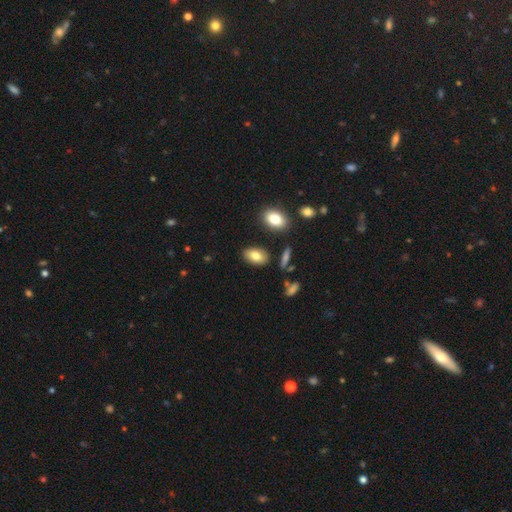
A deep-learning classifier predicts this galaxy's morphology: A smooth galaxy with no disk features (79%) that is in between round and cigar-shaped (91%).

Vote fractions:
- Smooth or featured? smooth: 79% / featured or disk: 13% / star or artifact: 8%
- How rounded? in between: 91% / round: 7% / cigar-shaped: 2%
- Merging? none: 83% / minor disturbance: 11% / merger: 3% / major disturbance: 3%